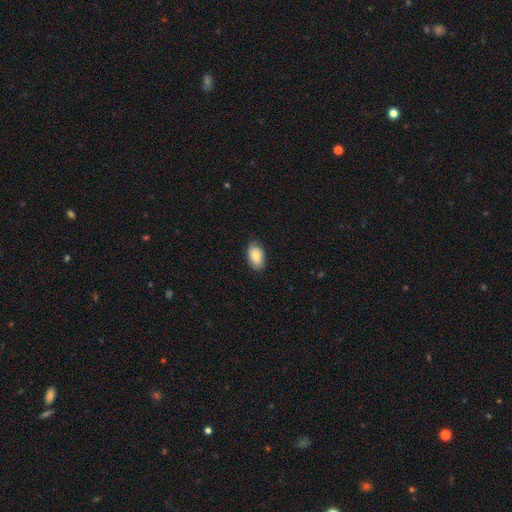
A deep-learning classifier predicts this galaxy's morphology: smooth-or-featured: smooth: 81% | featured or disk: 13% | star or artifact: 7%
  how-rounded: in between: 93% | round: 5% | cigar-shaped: 2%
  merging: none: 79% | minor disturbance: 17% | major disturbance: 3% | merger: 1%